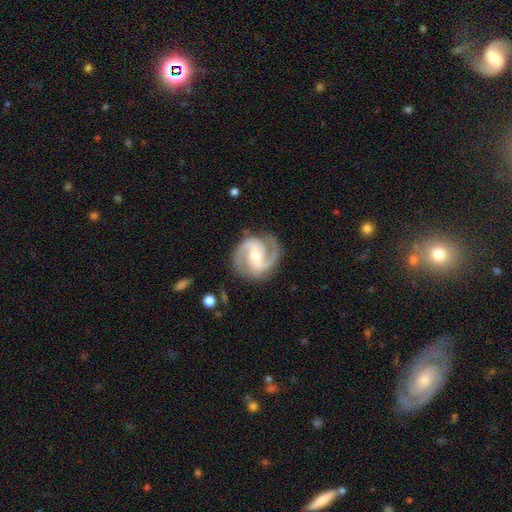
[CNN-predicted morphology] Smooth or featured? Predicted: featured or disk (p=0.92). Edge-on disk? Predicted: no (p=0.98). Bar? Predicted: weak (p=0.46). Spiral arms? Predicted: yes (p=0.98). Spiral winding? Predicted: medium (p=0.59). Spiral arm count? Predicted: 2 (p=0.88). Bulge size? Predicted: moderate (p=0.57). Merging? Predicted: none (p=0.83).